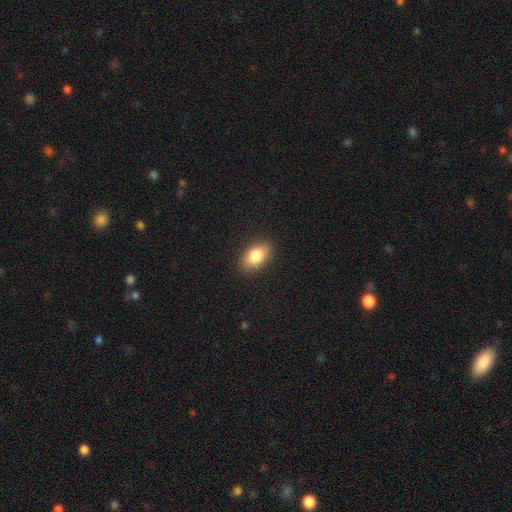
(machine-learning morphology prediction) smooth 82%, featured or disk 10%, star or artifact 8%. Down the decision tree: how rounded — in between (90%); merging — none (88%).